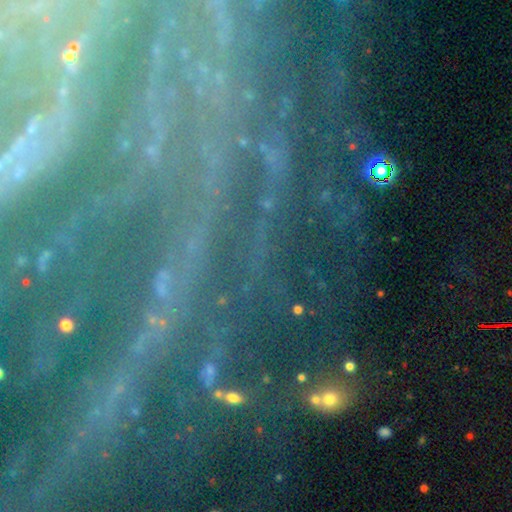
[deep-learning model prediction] This is possibly a featured or disk galaxy (48%). Merging: likely none (74%).